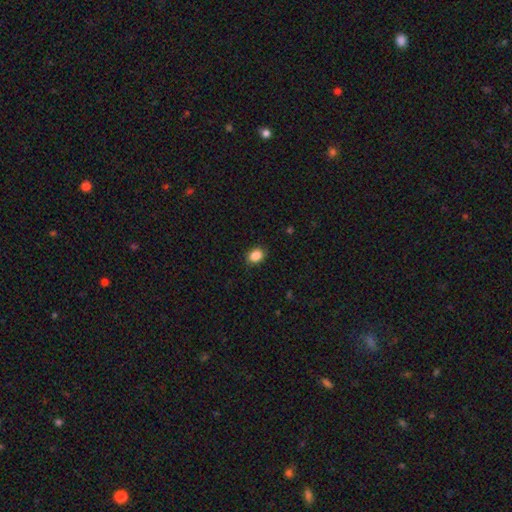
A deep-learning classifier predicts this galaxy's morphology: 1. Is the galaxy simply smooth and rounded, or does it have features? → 87% smooth, 9% star or artifact, 3% featured or disk.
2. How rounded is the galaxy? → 65% in between, 34% round, 1% cigar-shaped.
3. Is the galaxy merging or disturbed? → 88% none, 9% minor disturbance, 2% major disturbance, 1% merger.